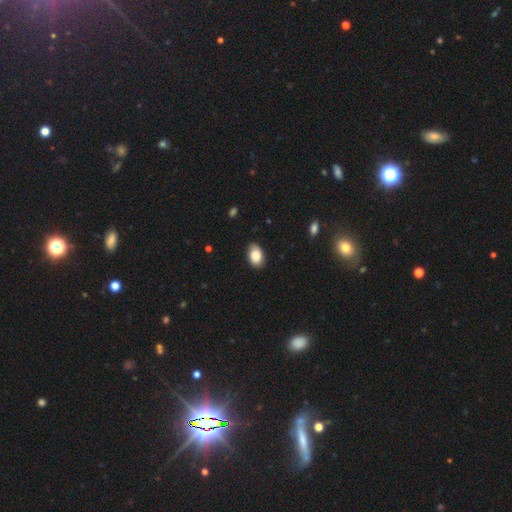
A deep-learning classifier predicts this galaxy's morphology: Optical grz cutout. It shows a smooth galaxy with no disk features (85%) that is in between round and cigar-shaped (87%). Merging: none (81%).